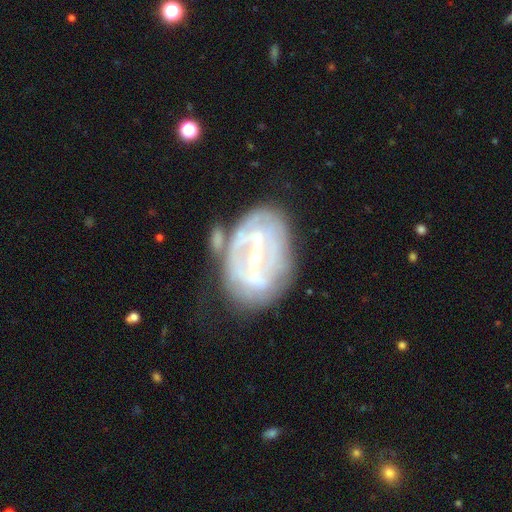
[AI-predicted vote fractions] Q: Smooth or featured?
A: featured or disk (80%); runner-up: smooth (14%)
Q: Edge-on disk?
A: no (96%); runner-up: yes (4%)
Q: Bar?
A: strong (50%); runner-up: weak (35%)
Q: Spiral arms?
A: yes (68%); runner-up: no (32%)
Q: Spiral winding?
A: tight (53%); runner-up: medium (32%)
Q: Spiral arm count?
A: 2 (43%); runner-up: can't tell (40%)
Q: Bulge size?
A: small (72%); runner-up: moderate (22%)
Q: Merging?
A: none (58%); runner-up: minor disturbance (22%)